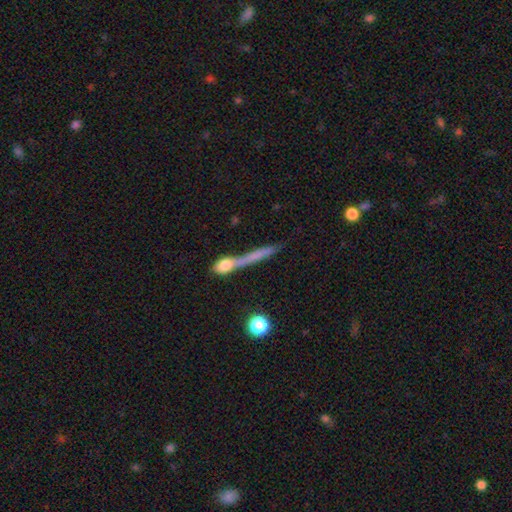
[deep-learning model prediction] The model was most divided on "merging": none: 42%, merger: 36%, minor disturbance: 12%, major disturbance: 11%. More confident: how rounded — cigar-shaped (73%); smooth or featured — smooth (55%).